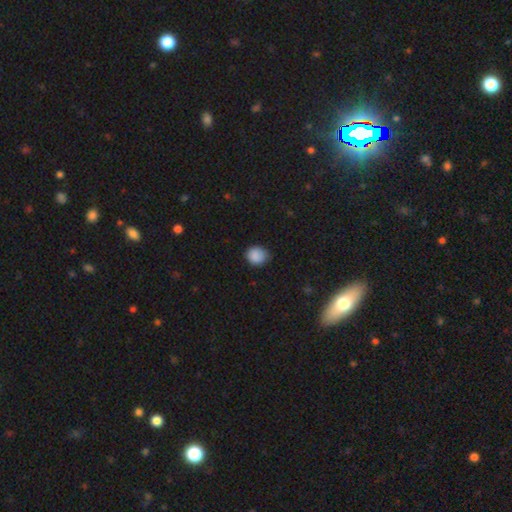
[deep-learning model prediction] Smooth or featured: smooth — 87% (star or artifact — 9%)
How rounded: round — 78% (in between — 21%)
Merging: none — 76% (minor disturbance — 20%)